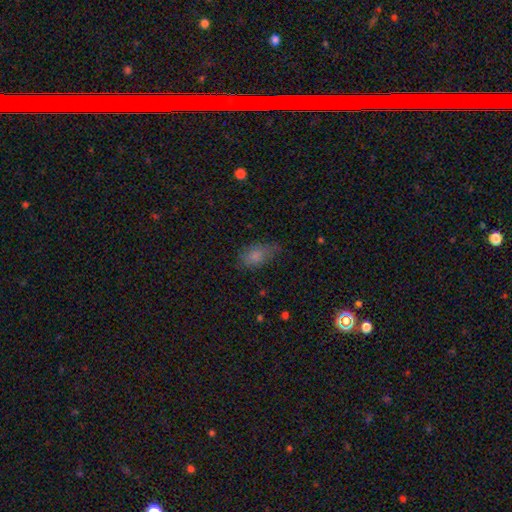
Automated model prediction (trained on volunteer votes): smooth 78%, featured or disk 12%, star or artifact 10%. Down the decision tree: how rounded — in between (88%); merging — none (55%).